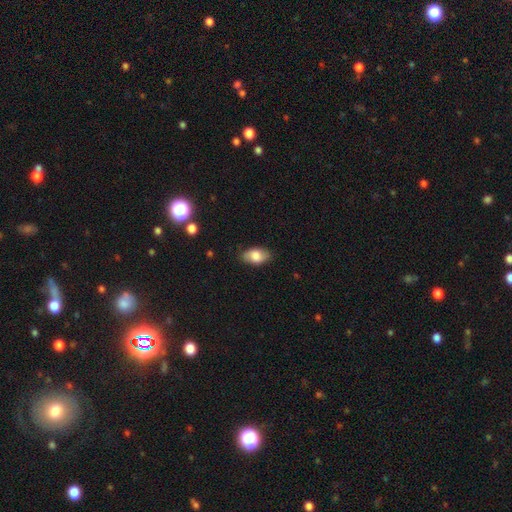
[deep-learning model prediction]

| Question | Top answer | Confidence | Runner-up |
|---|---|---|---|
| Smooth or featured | smooth | 77% | featured or disk (16%) |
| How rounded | in between | 92% | round (6%) |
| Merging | none | 82% | minor disturbance (14%) |